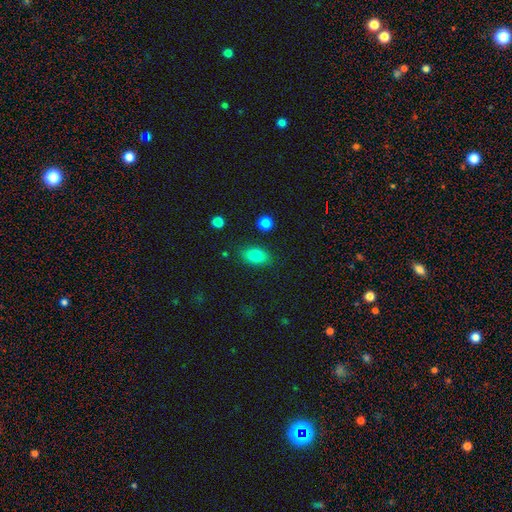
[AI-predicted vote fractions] The model was most divided on "merging": none: 82%, minor disturbance: 12%, major disturbance: 3%, merger: 3%. More confident: how rounded — in between (86%); smooth or featured — smooth (83%).